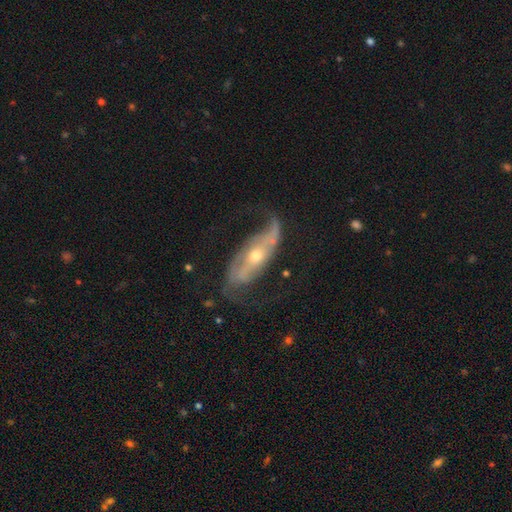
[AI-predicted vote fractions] smooth-or-featured: featured or disk: 79% | smooth: 14% | star or artifact: 7%
  disk-edge-on: no: 80% | yes: 20%
    bar: no: 49% | strong: 27% | weak: 24%
    has-spiral-arms: yes: 85% | no: 15%
      spiral-winding: loose: 46% | medium: 34% | tight: 19%
      spiral-arm-count: 2: 83% | can't tell: 8% | 1: 5% | 3: 1% | 4: 1% | more than 4: 1%
    bulge-size: moderate: 51% | small: 44% | large: 3% | dominant: 1% | none: 1%
  merging: none: 63% | minor disturbance: 20% | major disturbance: 15% | merger: 2%